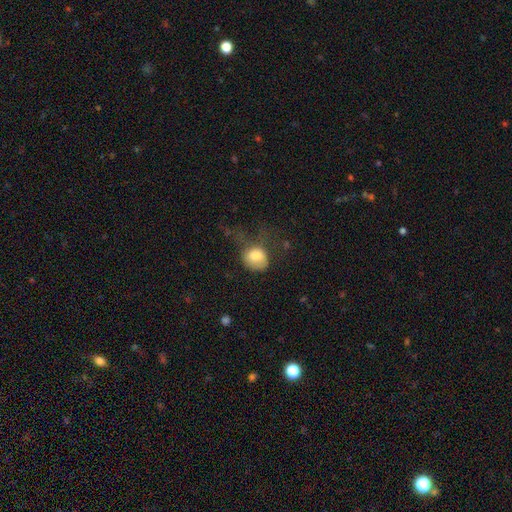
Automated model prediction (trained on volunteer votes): A smooth galaxy with no disk features (77%) that is round (56%). Merging: major disturbance (44%).